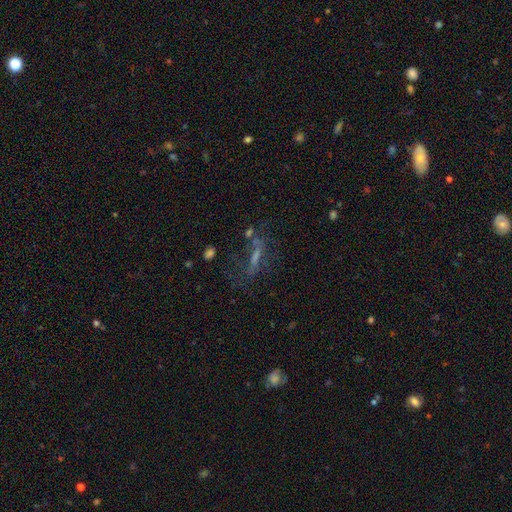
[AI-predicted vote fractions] Smooth or featured? Predicted: featured or disk (p=0.43). Merging? Predicted: none (p=0.48).